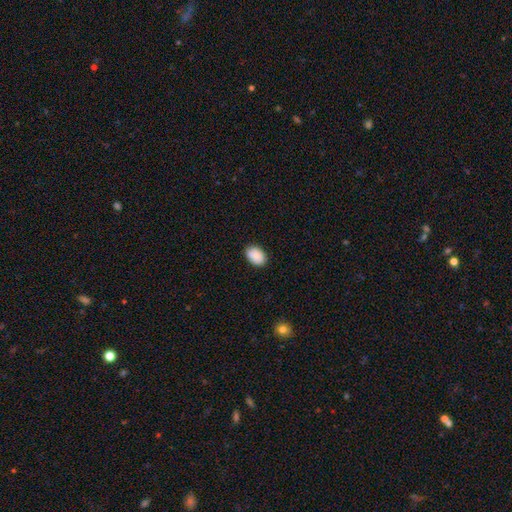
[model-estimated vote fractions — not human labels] Smooth or featured? Predicted: smooth (p=0.87). How rounded? Predicted: in between (p=0.83). Merging? Predicted: none (p=0.84).